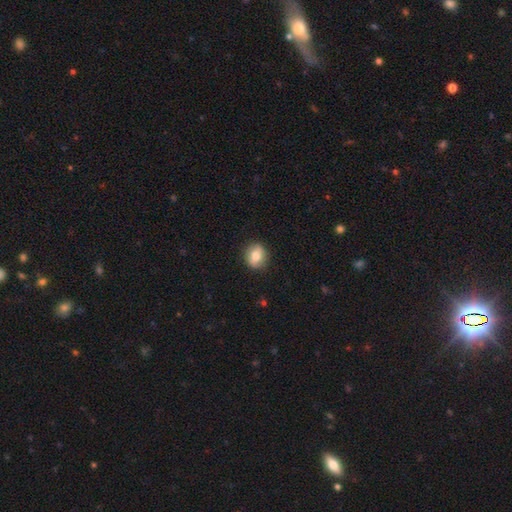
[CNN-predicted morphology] smooth_or_featured: smooth (p=0.75) [alt: featured or disk p=0.16]
how_rounded: round (p=0.69) [alt: in between p=0.30]
merging: none (p=0.88) [alt: minor disturbance p=0.09]